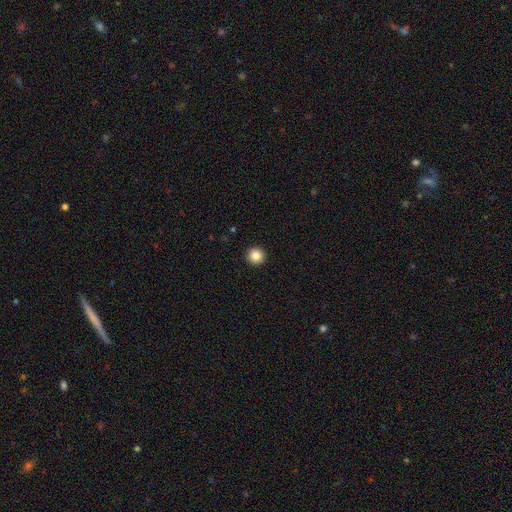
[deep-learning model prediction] Morphology: type=smooth (85%); roundness=round (96%); merging=none (94%).